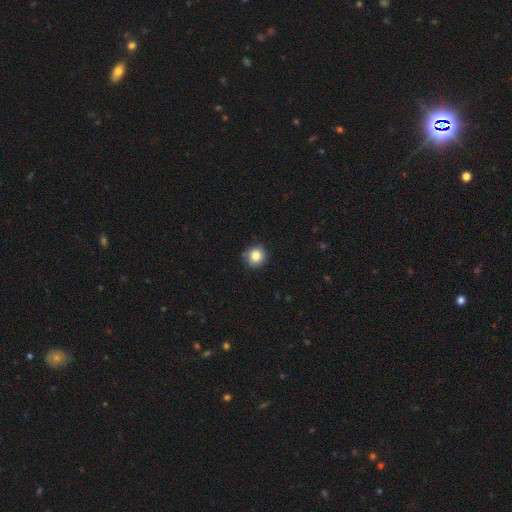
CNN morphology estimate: Overall: smooth (84%). How rounded: round (91%). Merging: none (84%).